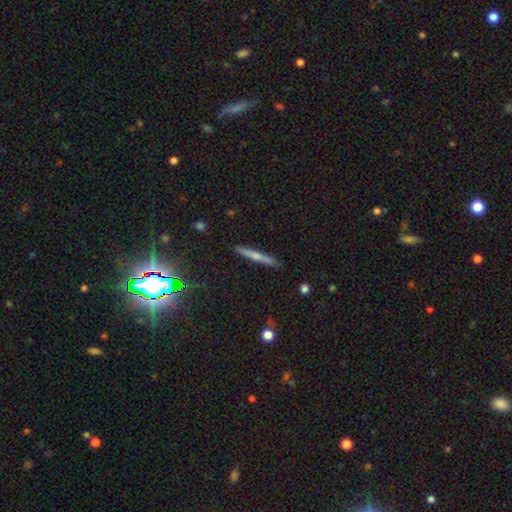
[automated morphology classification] This appears to be a smooth galaxy with no disk features (50%) that is cigar-shaped (94%). Merging: none (88%).